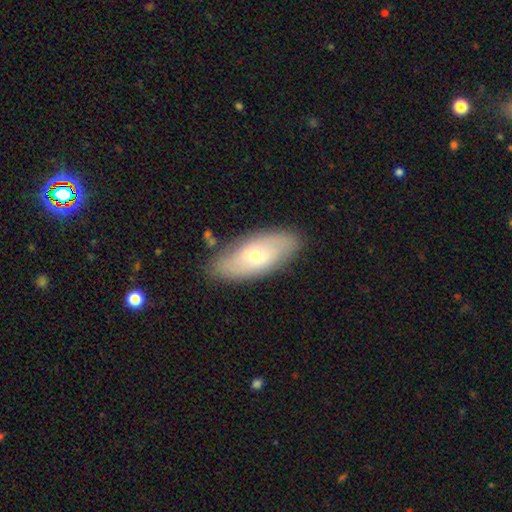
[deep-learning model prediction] This is possibly a smooth galaxy (48%). Merging: clearly none (83%).